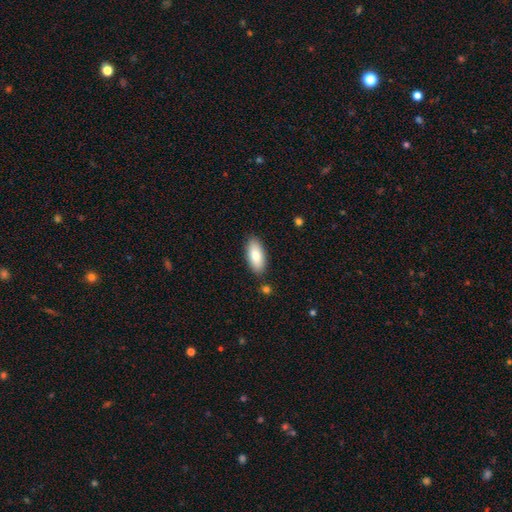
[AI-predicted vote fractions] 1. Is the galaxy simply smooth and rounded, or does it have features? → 81% smooth, 13% featured or disk, 6% star or artifact.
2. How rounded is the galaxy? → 88% in between, 10% cigar-shaped, 2% round.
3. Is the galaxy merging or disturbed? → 85% none, 10% minor disturbance, 3% merger, 2% major disturbance.